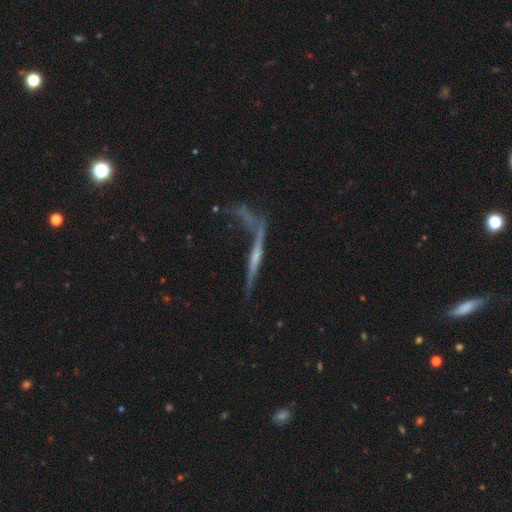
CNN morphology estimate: Q: Smooth or featured?
A: featured or disk (65%); runner-up: smooth (25%)
Q: Edge-on disk?
A: yes (83%); runner-up: no (17%)
Q: Edge-on bulge?
A: none (51%); runner-up: rounded (33%)
Q: Merging?
A: none (37%); runner-up: major disturbance (23%)